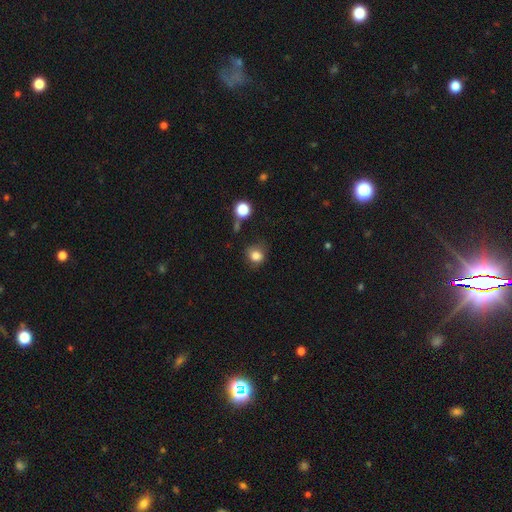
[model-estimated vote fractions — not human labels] Morphology: type=smooth (82%); roundness=round (71%); merging=none (68%).